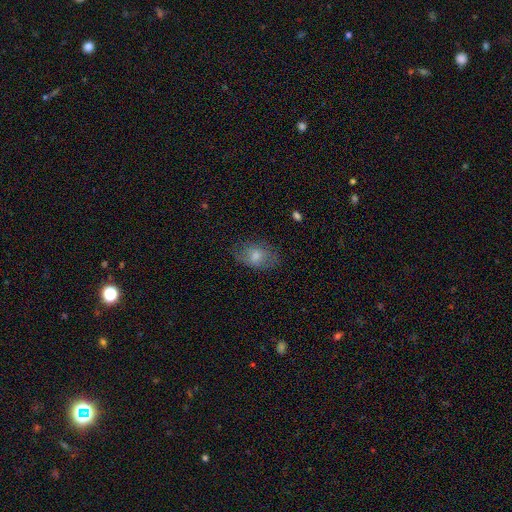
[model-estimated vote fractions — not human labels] Smooth or featured? smooth (69%)
How rounded? in between (84%)
Merging? none (70%)